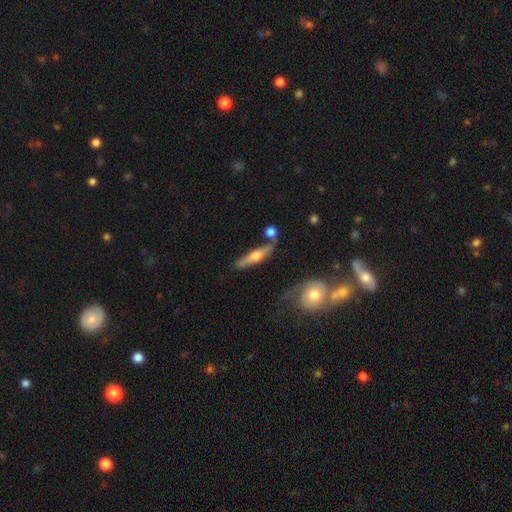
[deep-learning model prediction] This appears to be a featured or disk galaxy (58%) viewed edge-on (84%). Merging: none (59%).